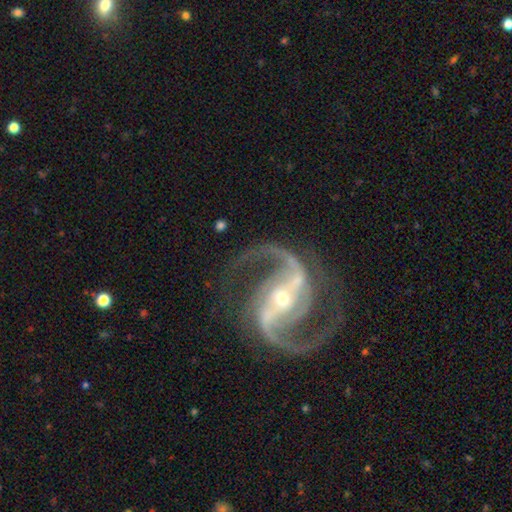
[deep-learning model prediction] smooth_or_featured: featured or disk (p=0.94) [alt: star or artifact p=0.04]
disk_edge_on: no (p=0.98) [alt: yes p=0.02]
bar: strong (p=0.63) [alt: weak p=0.24]
has_spiral_arms: yes (p=0.99) [alt: no p=0.01]
spiral_winding: medium (p=0.64) [alt: loose p=0.21]
spiral_arm_count: 2 (p=0.93) [alt: 3 p=0.02]
bulge_size: small (p=0.57) [alt: moderate p=0.40]
merging: none (p=0.81) [alt: minor disturbance p=0.12]